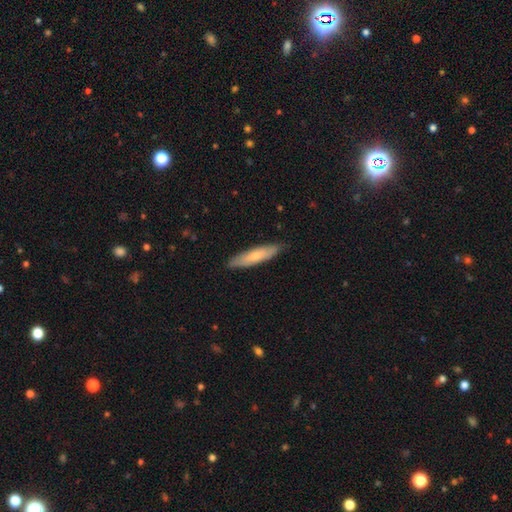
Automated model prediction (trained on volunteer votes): A smooth galaxy with no disk features (66%) that is cigar-shaped (78%).

Vote fractions:
- Smooth or featured? smooth: 66% / featured or disk: 29% / star or artifact: 5%
- How rounded? cigar-shaped: 78% / in between: 21% / round: 1%
- Merging? none: 85% / minor disturbance: 12% / major disturbance: 2% / merger: 1%